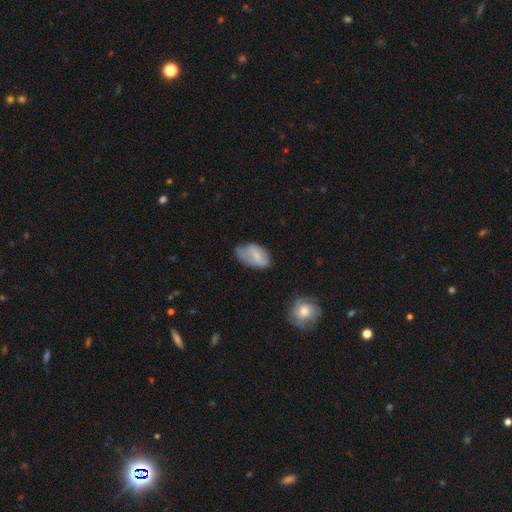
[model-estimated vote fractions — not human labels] The model was most divided on "merging" (2-way tie): minor disturbance: 41%, none: 41%, major disturbance: 15%, merger: 3%. More confident: how rounded — in between (92%); smooth or featured — smooth (61%).